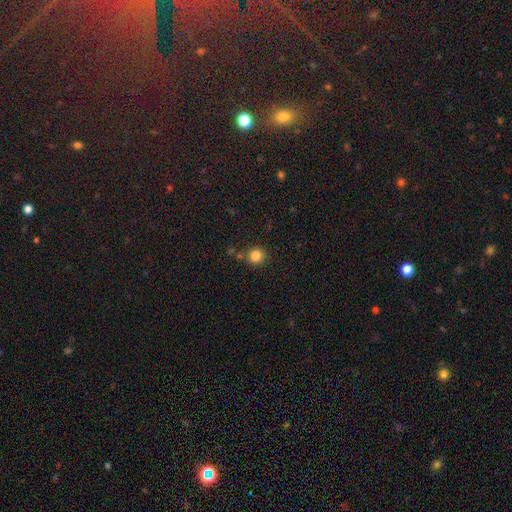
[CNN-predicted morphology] Smooth or featured?
  - smooth: 83% *
  - star or artifact: 12%
  - featured or disk: 5%
How rounded?
  - round: 93% *
  - in between: 6%
  - cigar-shaped: 1%
Merging?
  - none: 80% *
  - minor disturbance: 10%
  - merger: 7%
  - major disturbance: 3%